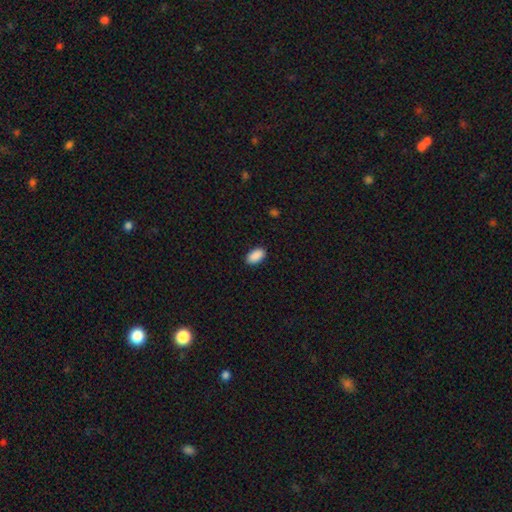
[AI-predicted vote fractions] A smooth galaxy with no disk features (91%) that is in between round and cigar-shaped (94%).

Vote fractions:
- Smooth or featured? smooth: 91% / star or artifact: 7% / featured or disk: 2%
- How rounded? in between: 94% / round: 4% / cigar-shaped: 2%
- Merging? none: 89% / minor disturbance: 8% / major disturbance: 2% / merger: 1%